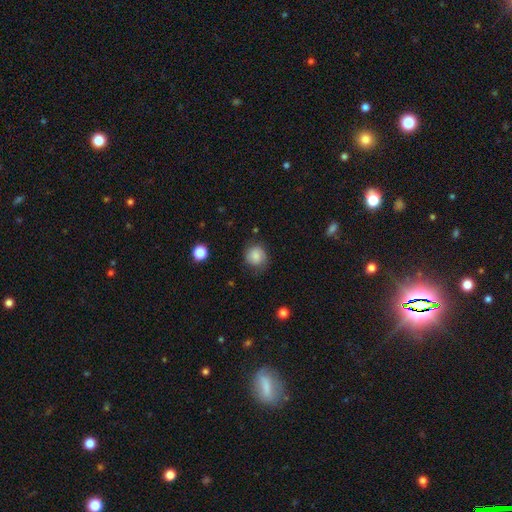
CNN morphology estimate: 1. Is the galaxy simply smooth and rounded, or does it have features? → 79% smooth, 12% featured or disk, 9% star or artifact.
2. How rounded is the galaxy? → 82% round, 17% in between, 1% cigar-shaped.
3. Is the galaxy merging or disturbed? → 70% none, 21% minor disturbance, 7% major disturbance, 1% merger.